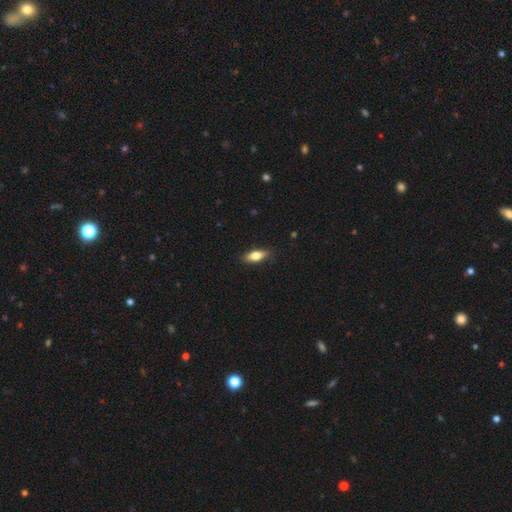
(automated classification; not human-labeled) smooth 76%, featured or disk 17%, star or artifact 7%. Down the decision tree: how rounded — in between (75%); merging — none (86%).